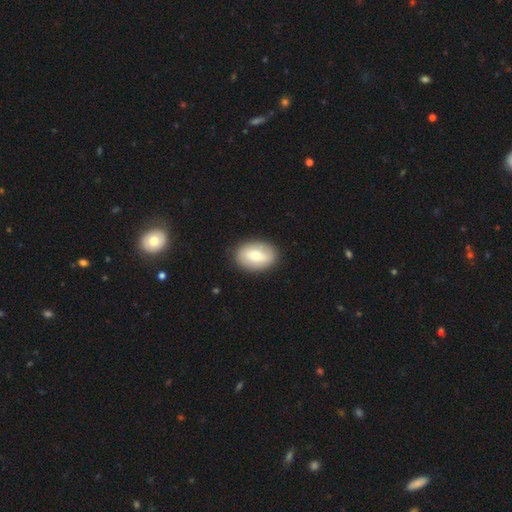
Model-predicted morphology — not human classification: Smooth or featured?
  - smooth: 70% *
  - featured or disk: 24%
  - star or artifact: 6%
How rounded?
  - in between: 85% *
  - round: 14%
  - cigar-shaped: 1%
Merging?
  - none: 88% *
  - minor disturbance: 9%
  - major disturbance: 2%
  - merger: 1%